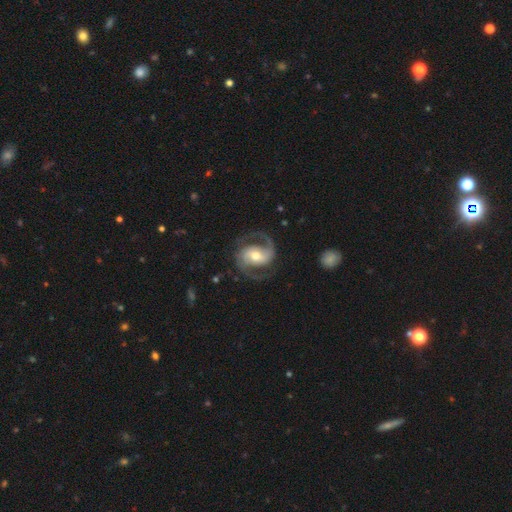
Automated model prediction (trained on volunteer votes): featured or disk 91%, smooth 5%, star or artifact 4%. Down the decision tree: edge-on disk — no (98%); bar — weak (40%); spiral arms — yes (98%); spiral arm count — 2 (93%); spiral winding — medium (60%); bulge size — moderate (67%); merging — none (79%).